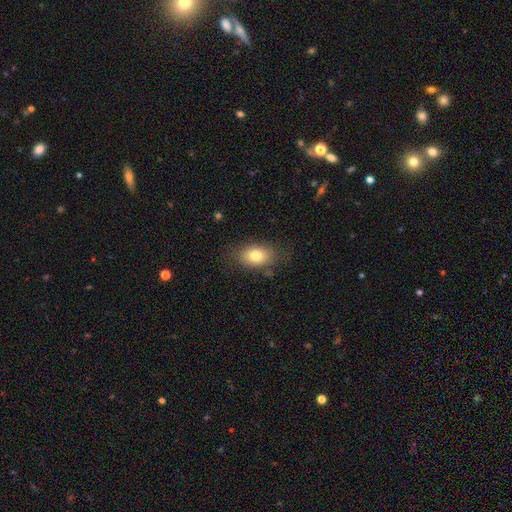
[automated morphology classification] This is likely a smooth galaxy (78%). How rounded: clearly in between (83%). Merging: likely none (77%).